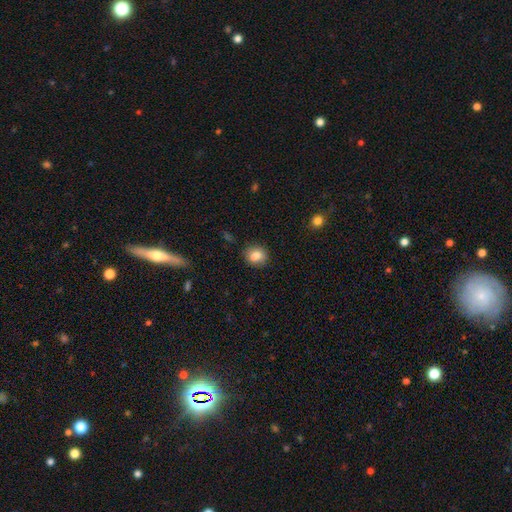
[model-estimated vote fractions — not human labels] smooth 83%, star or artifact 9%, featured or disk 8%. Down the decision tree: how rounded — round (65%); merging — none (80%).